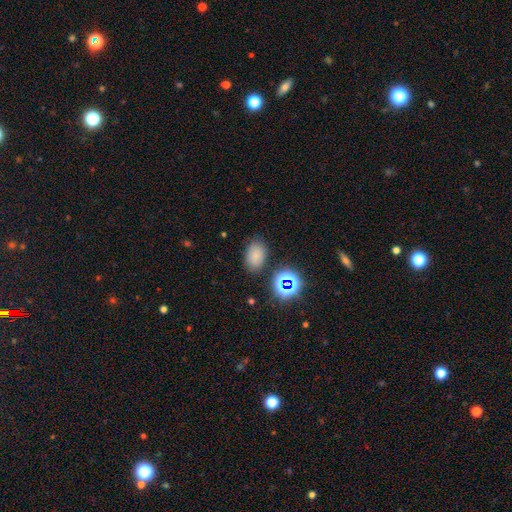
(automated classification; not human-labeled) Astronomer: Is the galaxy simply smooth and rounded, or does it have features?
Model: smooth — 74%.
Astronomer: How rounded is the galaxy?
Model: in between — 83%.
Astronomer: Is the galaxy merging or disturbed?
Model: none — 81%.